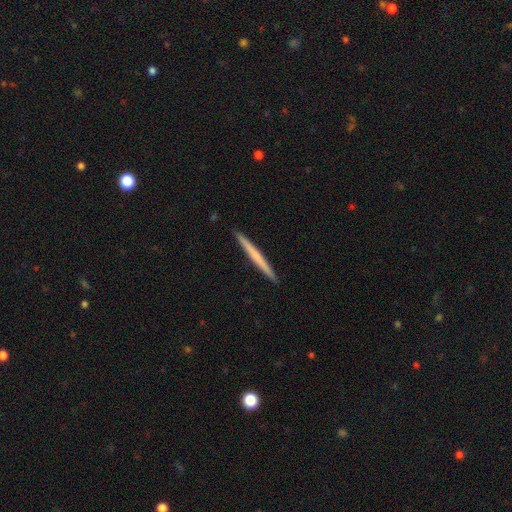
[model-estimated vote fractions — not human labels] The model was most divided on "smooth or featured": smooth: 55%, featured or disk: 40%, star or artifact: 5%. More confident: how rounded — cigar-shaped (97%); merging — none (93%).